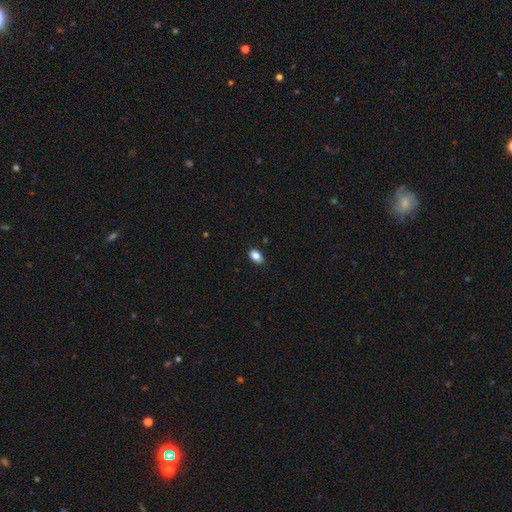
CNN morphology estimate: smooth 86%, star or artifact 9%, featured or disk 5%. Down the decision tree: how rounded — in between (85%); merging — none (84%).